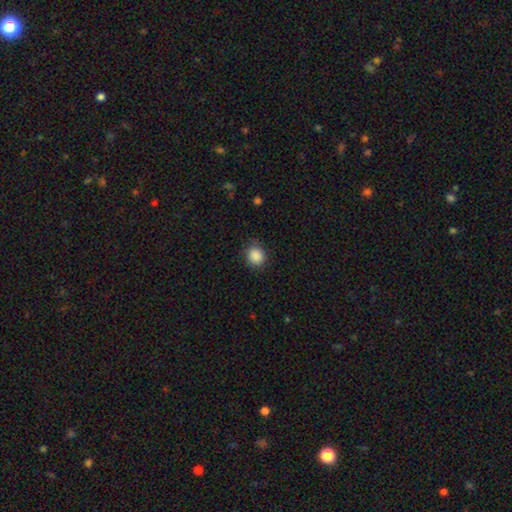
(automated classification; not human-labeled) Smooth or featured? Predicted: smooth (p=0.88). How rounded? Predicted: round (p=0.77). Merging? Predicted: none (p=0.82).